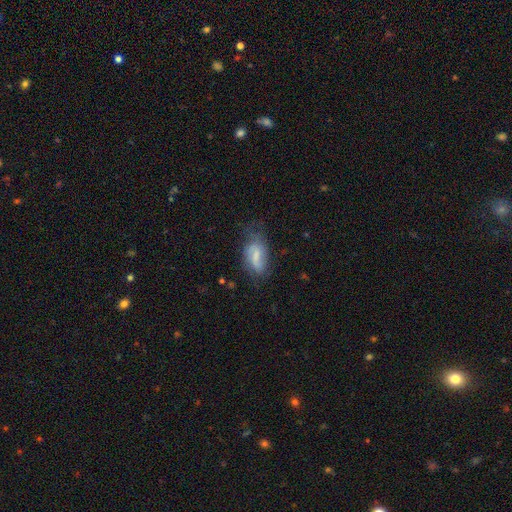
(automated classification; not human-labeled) smooth_or_featured: smooth (p=0.50) [alt: featured or disk p=0.42]
merging: none (p=0.49) [alt: minor disturbance p=0.31]